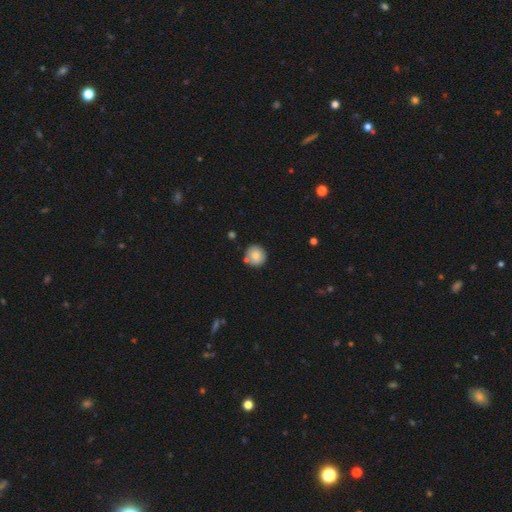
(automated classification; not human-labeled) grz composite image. It shows a smooth galaxy with no disk features (84%) that is round (91%). Merging: none (81%).